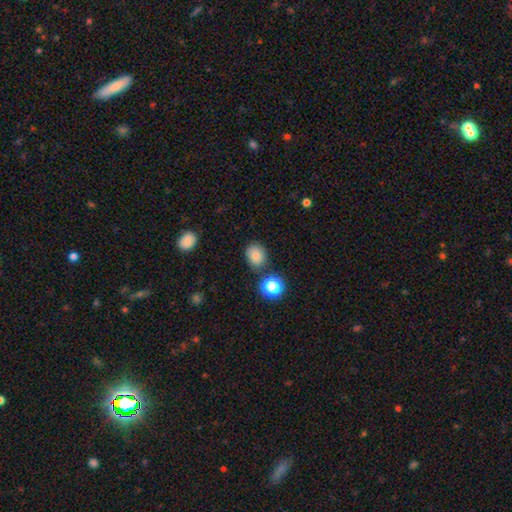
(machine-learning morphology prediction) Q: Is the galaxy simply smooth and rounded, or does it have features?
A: smooth — 80%.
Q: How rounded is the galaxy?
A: round — 59%.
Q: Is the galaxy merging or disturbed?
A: none — 78%.